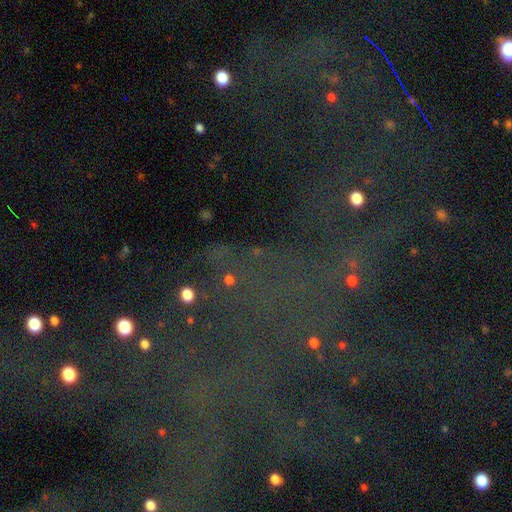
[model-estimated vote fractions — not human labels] smooth_or_featured: star or artifact (p=0.76) [alt: featured or disk p=0.12]